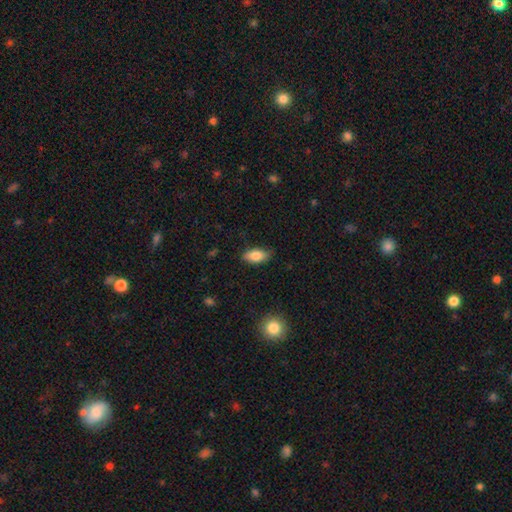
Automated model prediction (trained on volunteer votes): smooth-or-featured: smooth: 82% | featured or disk: 11% | star or artifact: 7%
  how-rounded: in between: 90% | cigar-shaped: 6% | round: 4%
  merging: none: 83% | minor disturbance: 13% | major disturbance: 2% | merger: 1%